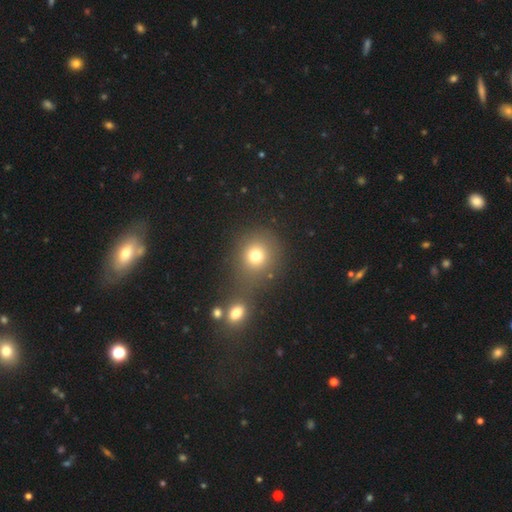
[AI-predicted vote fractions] A smooth galaxy with no disk features (75%) that is round (82%).

Vote fractions:
- Smooth or featured? smooth: 75% / star or artifact: 15% / featured or disk: 10%
- How rounded? round: 82% / in between: 17% / cigar-shaped: 1%
- Merging? none: 59% / merger: 27% / minor disturbance: 9% / major disturbance: 5%